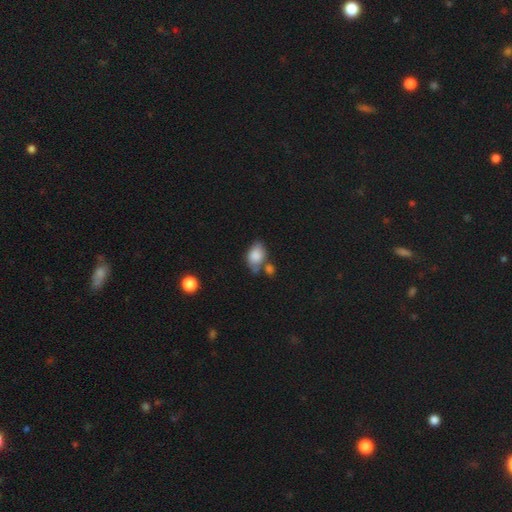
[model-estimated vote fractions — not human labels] A smooth galaxy with no disk features (82%) that is in between round and cigar-shaped (84%). Merging: none (45%).